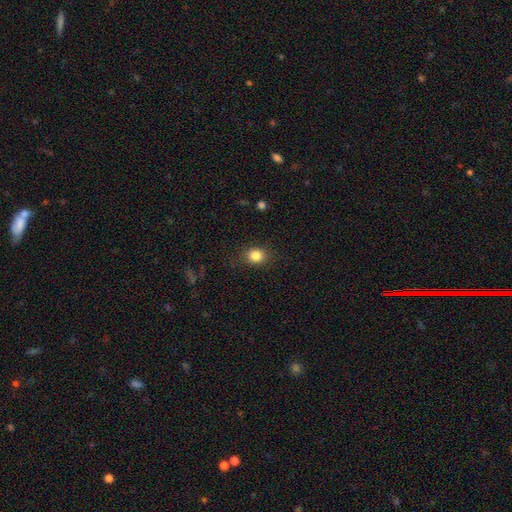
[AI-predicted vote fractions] A smooth galaxy with no disk features (84%) that is round (65%). Merging: none (85%).